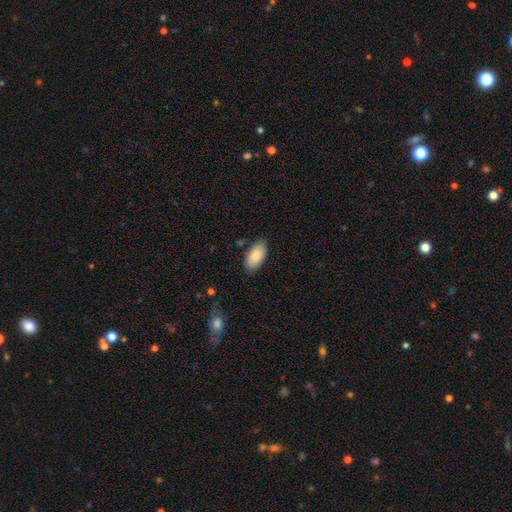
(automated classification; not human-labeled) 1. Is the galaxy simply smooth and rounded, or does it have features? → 86% smooth, 8% featured or disk, 6% star or artifact.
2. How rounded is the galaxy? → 95% in between, 3% cigar-shaped, 2% round.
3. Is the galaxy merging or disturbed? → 82% none, 14% minor disturbance, 3% major disturbance, 2% merger.